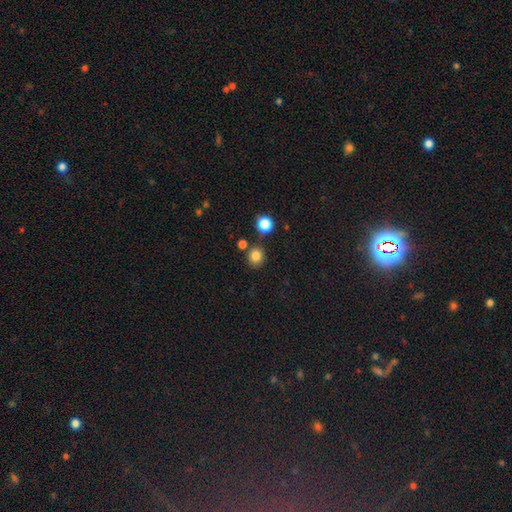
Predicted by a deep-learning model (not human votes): Overall: smooth (83%). How rounded: round (83%). Merging: none (78%).